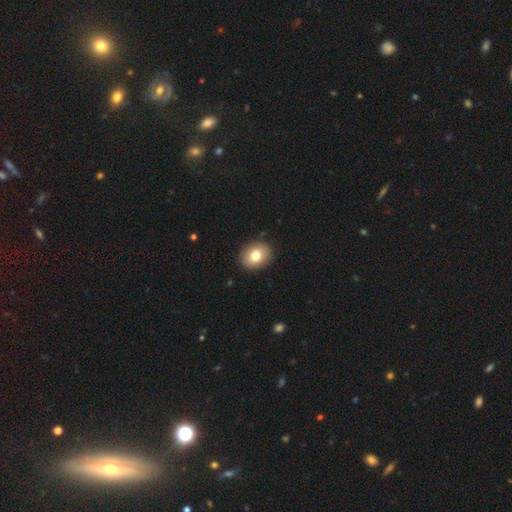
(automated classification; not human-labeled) Overall: smooth (79%). How rounded: round (55%; in between 44%). Merging: none (91%).